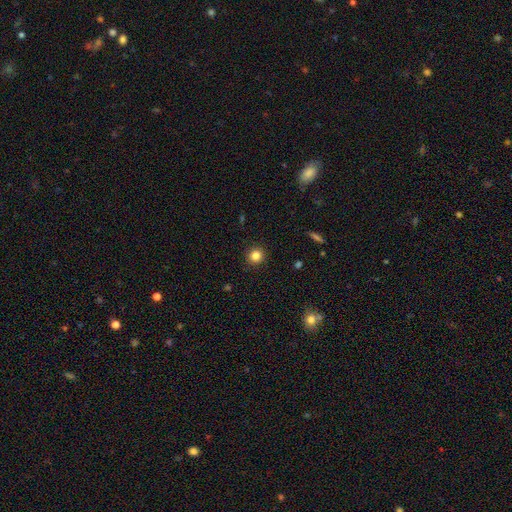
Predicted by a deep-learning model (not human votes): Smooth or featured? smooth (84%)
How rounded? round (92%)
Merging? none (91%)